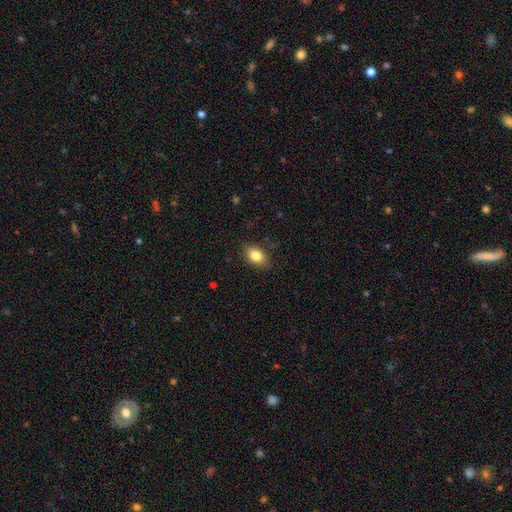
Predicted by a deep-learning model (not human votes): Smooth or featured? Predicted: smooth (p=0.83). How rounded? Predicted: in between (p=0.86). Merging? Predicted: none (p=0.84).